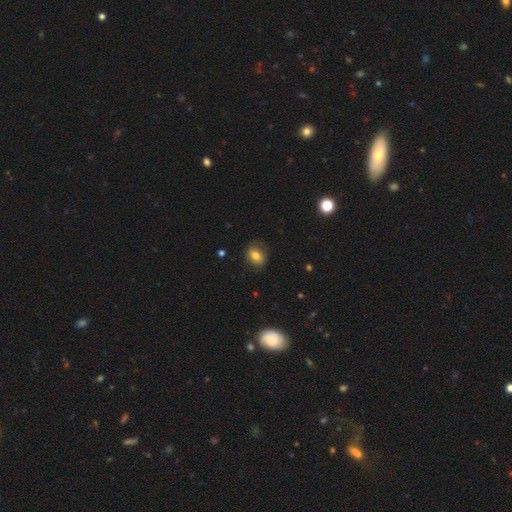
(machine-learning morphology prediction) Q: Smooth or featured?
A: smooth (76%); runner-up: featured or disk (13%)
Q: How rounded?
A: in between (58%); runner-up: round (41%)
Q: Merging?
A: none (81%); runner-up: minor disturbance (14%)